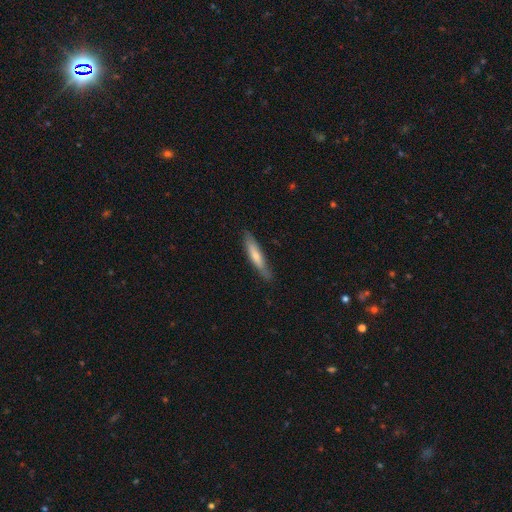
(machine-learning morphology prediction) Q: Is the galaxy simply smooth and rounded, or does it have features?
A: smooth — 61%.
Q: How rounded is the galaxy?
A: cigar-shaped — 86%.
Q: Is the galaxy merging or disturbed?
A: none — 80%.